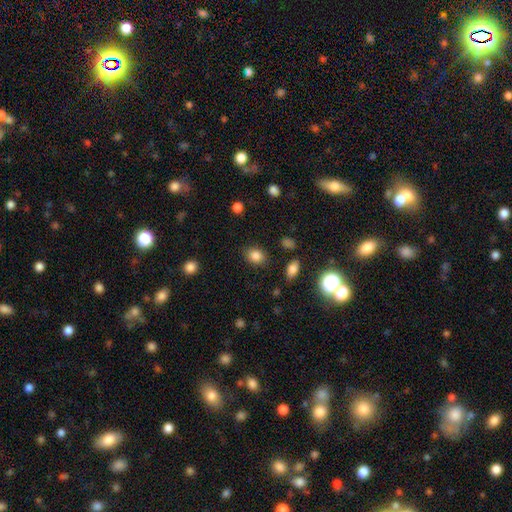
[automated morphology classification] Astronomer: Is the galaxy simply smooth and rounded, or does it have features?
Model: smooth — 83%.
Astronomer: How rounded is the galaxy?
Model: in between — 52% (runner-up: round, 47%).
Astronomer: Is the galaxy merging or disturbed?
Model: none — 85%.